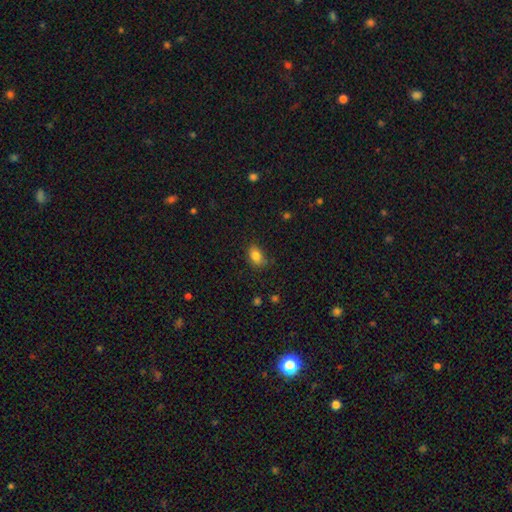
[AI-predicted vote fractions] Smooth or featured? Predicted: smooth (p=0.83). How rounded? Predicted: in between (p=0.81). Merging? Predicted: none (p=0.71).